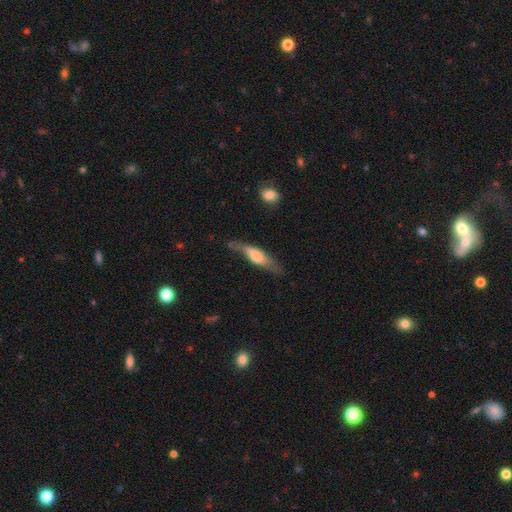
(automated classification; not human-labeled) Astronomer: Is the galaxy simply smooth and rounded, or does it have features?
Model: smooth — 50% (runner-up: featured or disk, 44%).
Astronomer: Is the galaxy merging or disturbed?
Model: none — 57%.